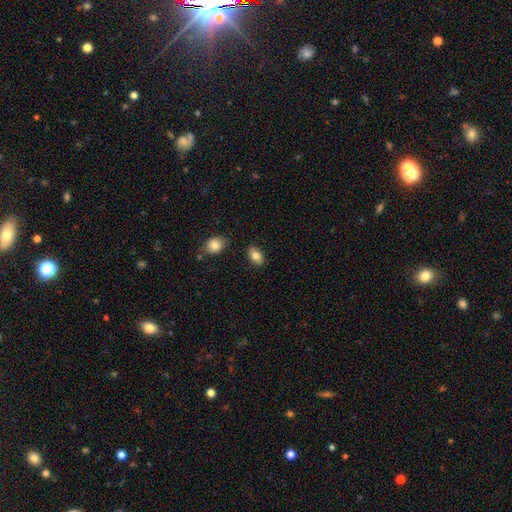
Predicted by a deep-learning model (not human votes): This appears to be a smooth galaxy with no disk features (83%) that is in between round and cigar-shaped (90%). Merging: none (84%).